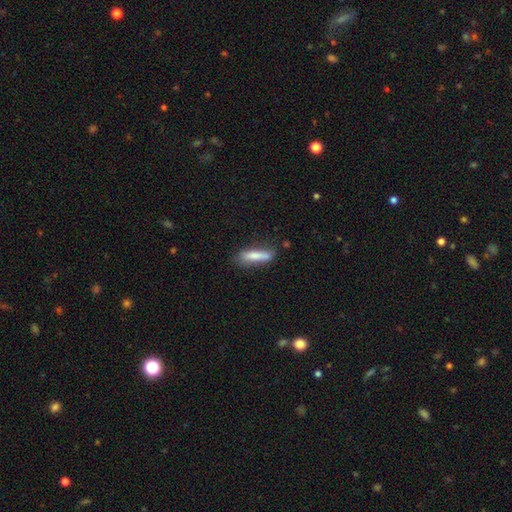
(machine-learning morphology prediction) Smooth or featured? smooth (76%)
How rounded? cigar-shaped (77%)
Merging? none (67%)